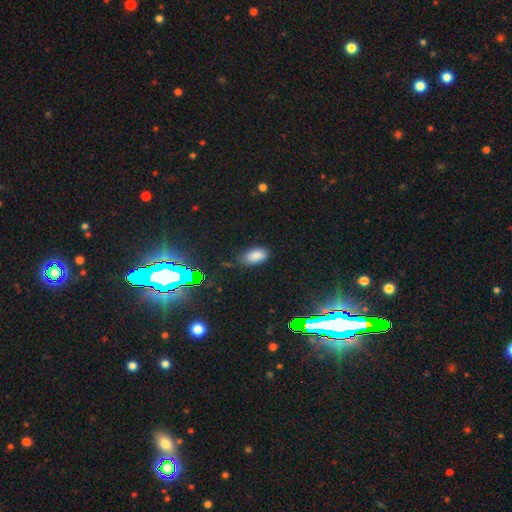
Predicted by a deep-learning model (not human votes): Smooth or featured?
  - smooth: 82% *
  - star or artifact: 13%
  - featured or disk: 5%
How rounded?
  - in between: 93% *
  - round: 4%
  - cigar-shaped: 3%
Merging?
  - none: 74% *
  - minor disturbance: 19%
  - major disturbance: 4%
  - merger: 2%